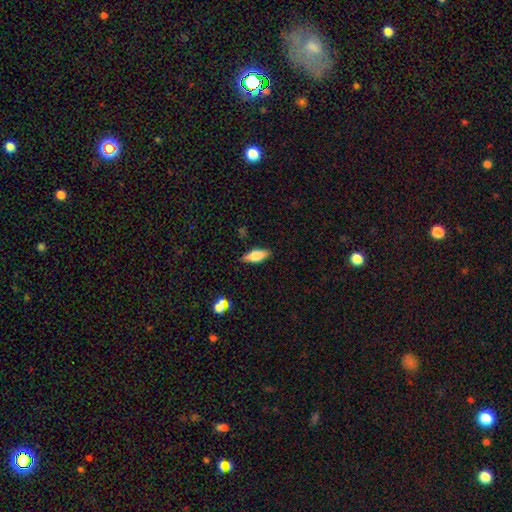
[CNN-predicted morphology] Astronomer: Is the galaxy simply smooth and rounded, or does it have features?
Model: smooth — 67%.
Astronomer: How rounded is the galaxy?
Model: in between — 73%.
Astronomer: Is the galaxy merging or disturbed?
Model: none — 85%.